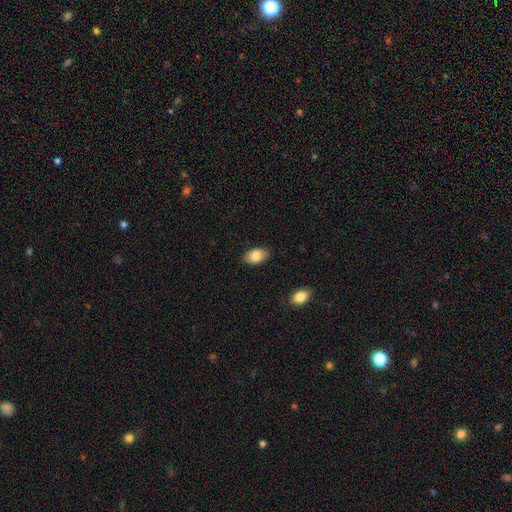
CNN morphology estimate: Smooth or featured? smooth (83%)
How rounded? in between (91%)
Merging? none (84%)